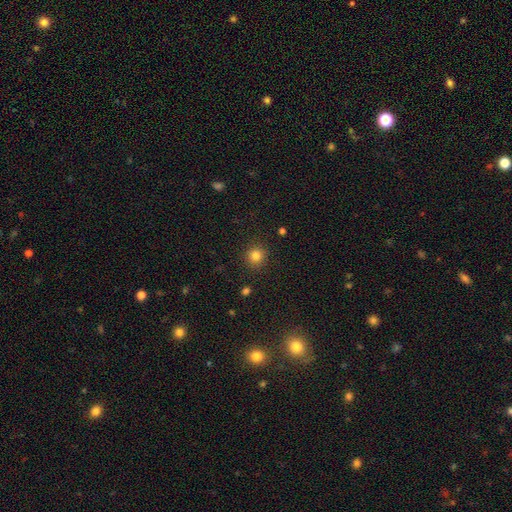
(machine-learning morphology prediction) Smooth or featured? smooth (83%)
How rounded? round (92%)
Merging? none (90%)